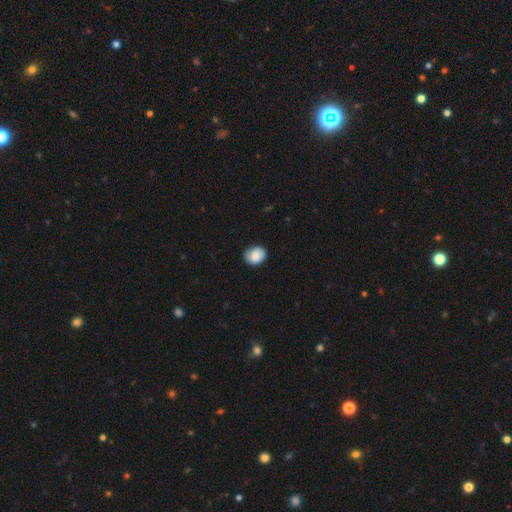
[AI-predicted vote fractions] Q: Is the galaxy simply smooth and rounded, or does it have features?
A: smooth — 79%.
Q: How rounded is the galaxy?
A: round — 54%.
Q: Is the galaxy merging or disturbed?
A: none — 76%.